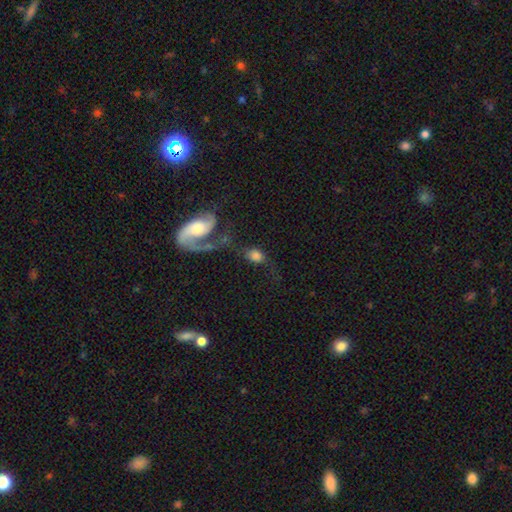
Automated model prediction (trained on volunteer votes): This appears to be a smooth galaxy with no disk features (58%) that is in between round and cigar-shaped (68%). Merging: none (41%).